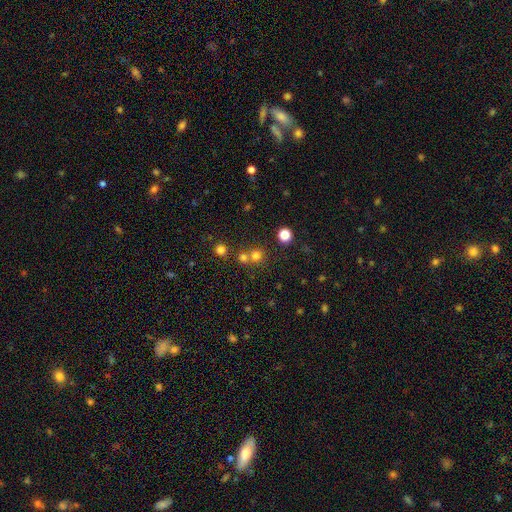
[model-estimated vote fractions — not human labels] The model was most divided on "merging": none: 59%, merger: 32%, minor disturbance: 6%, major disturbance: 3%. More confident: how rounded — round (90%); smooth or featured — smooth (72%).